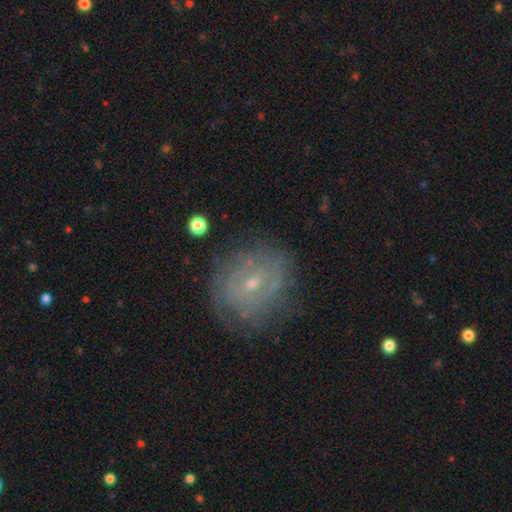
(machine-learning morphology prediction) This appears to be a featured or disk galaxy (54%) with no bar (58%), spiral arms (79%) and a small central bulge (76%). Merging: none (83%).